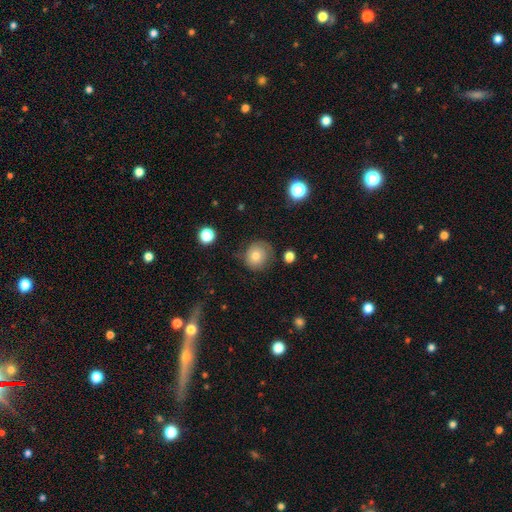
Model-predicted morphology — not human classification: Overall: smooth (69%). How rounded: round (86%). Merging: none (67%).